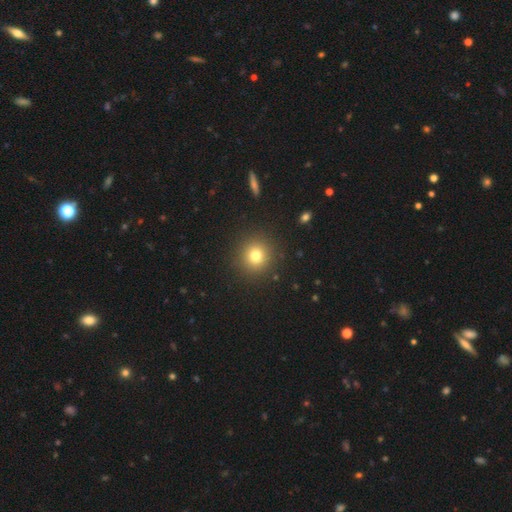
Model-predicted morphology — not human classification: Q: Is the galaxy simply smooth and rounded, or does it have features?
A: smooth — 78%.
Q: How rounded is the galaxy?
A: round — 93%.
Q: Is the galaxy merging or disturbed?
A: none — 91%.